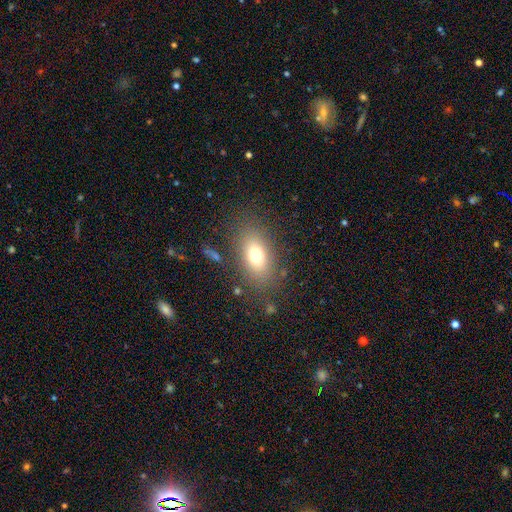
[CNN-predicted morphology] Q: Smooth or featured?
A: smooth (72%); runner-up: featured or disk (17%)
Q: How rounded?
A: in between (83%); runner-up: round (13%)
Q: Merging?
A: none (80%); runner-up: minor disturbance (11%)